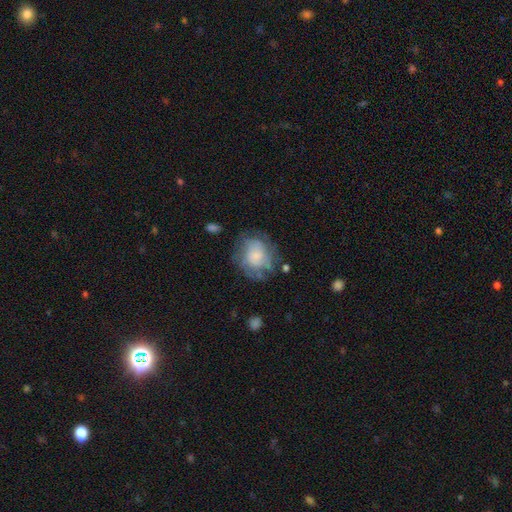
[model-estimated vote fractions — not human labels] smooth 53%, featured or disk 38%, star or artifact 9%. Down the decision tree: how rounded — round (69%); merging — none (57%).